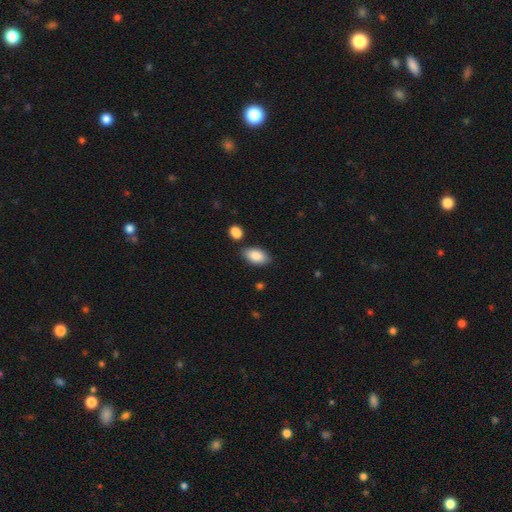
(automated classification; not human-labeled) A smooth galaxy with no disk features (87%) that is in between round and cigar-shaped (94%).

Vote fractions:
- Smooth or featured? smooth: 87% / star or artifact: 6% / featured or disk: 6%
- How rounded? in between: 94% / round: 4% / cigar-shaped: 2%
- Merging? none: 80% / minor disturbance: 11% / merger: 6% / major disturbance: 2%